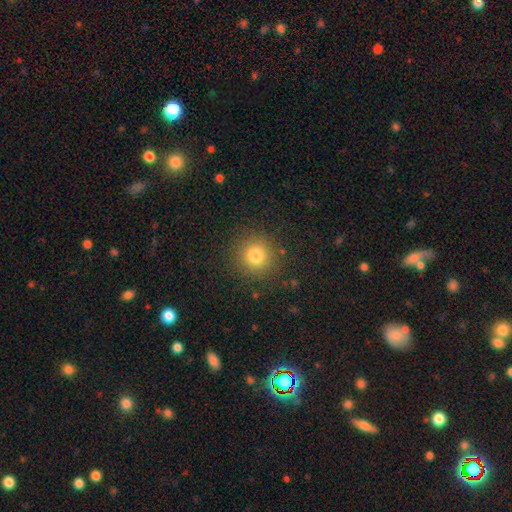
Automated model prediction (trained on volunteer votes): Overall: smooth (79%). How rounded: round (93%). Merging: none (89%).